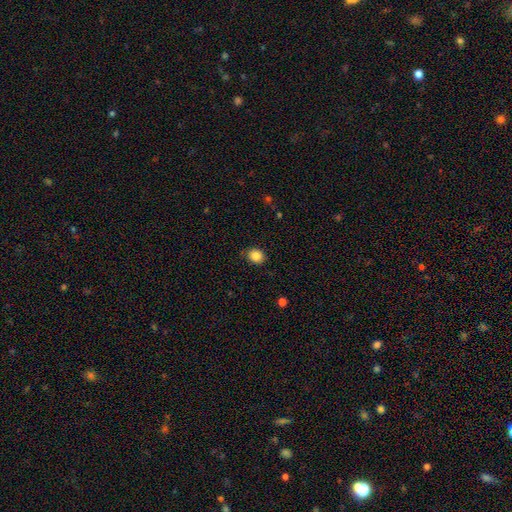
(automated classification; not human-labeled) Q: Smooth or featured?
A: smooth (86%); runner-up: star or artifact (10%)
Q: How rounded?
A: round (66%); runner-up: in between (33%)
Q: Merging?
A: none (82%); runner-up: minor disturbance (14%)